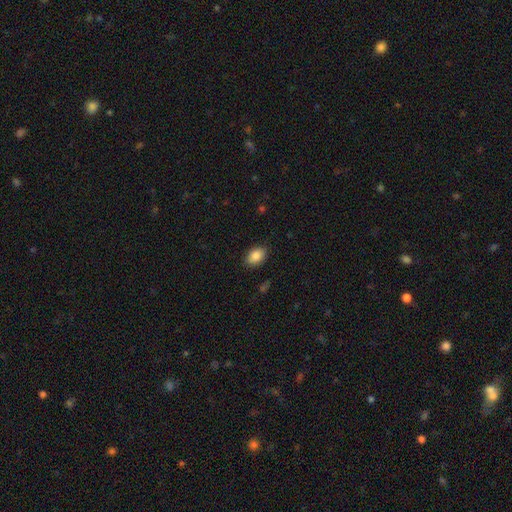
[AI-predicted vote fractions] The model was most divided on "how rounded": in between: 84%, round: 14%, cigar-shaped: 1%. More confident: merging — none (87%); smooth or featured — smooth (87%).